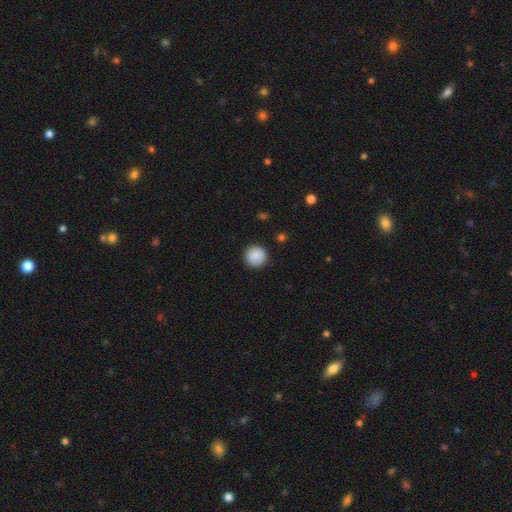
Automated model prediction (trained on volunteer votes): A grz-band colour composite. It shows a smooth galaxy with no disk features (89%) that is round (95%). Merging: none (91%).